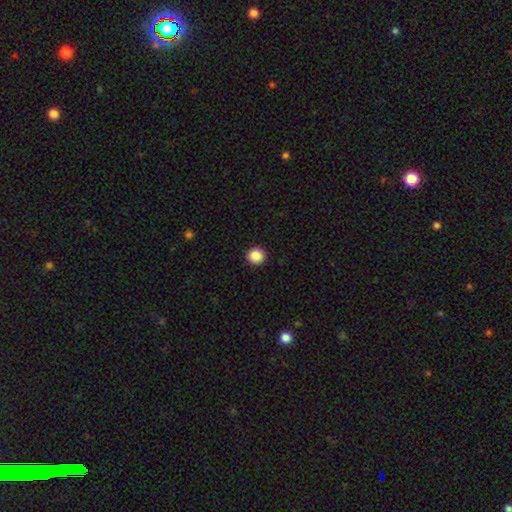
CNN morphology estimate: Q: Smooth or featured?
A: smooth (88%); runner-up: star or artifact (9%)
Q: How rounded?
A: round (93%); runner-up: in between (6%)
Q: Merging?
A: none (93%); runner-up: minor disturbance (4%)